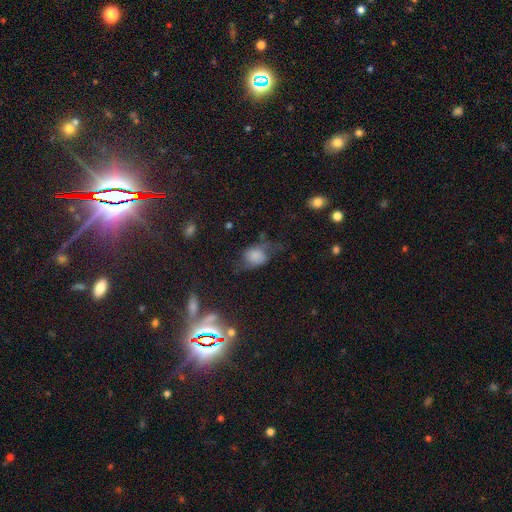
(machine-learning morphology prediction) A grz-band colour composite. It shows a smooth galaxy with no disk features (55%) that is in between round and cigar-shaped (55%). Merging: none (43%).